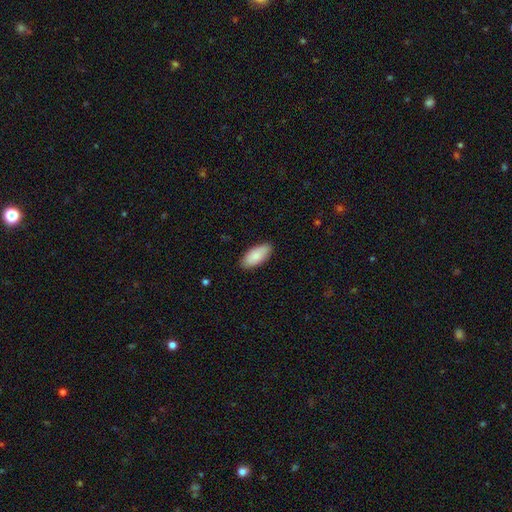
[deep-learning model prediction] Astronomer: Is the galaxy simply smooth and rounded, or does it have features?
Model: smooth — 87%.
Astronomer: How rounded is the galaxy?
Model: in between — 90%.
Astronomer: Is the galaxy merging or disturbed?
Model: none — 87%.